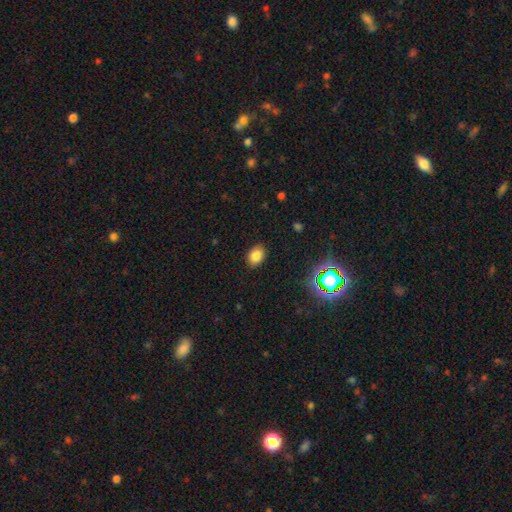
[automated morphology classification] smooth 82%, star or artifact 12%, featured or disk 5%. Down the decision tree: how rounded — in between (71%); merging — none (88%).